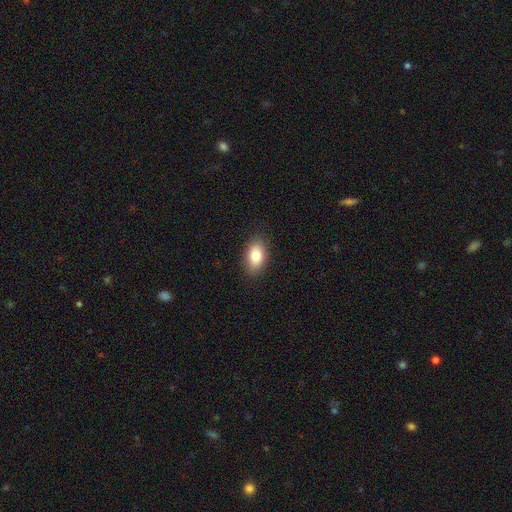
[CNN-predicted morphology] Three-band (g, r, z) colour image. It shows a smooth galaxy with no disk features (83%) that is in between round and cigar-shaped (91%). Merging: none (87%).